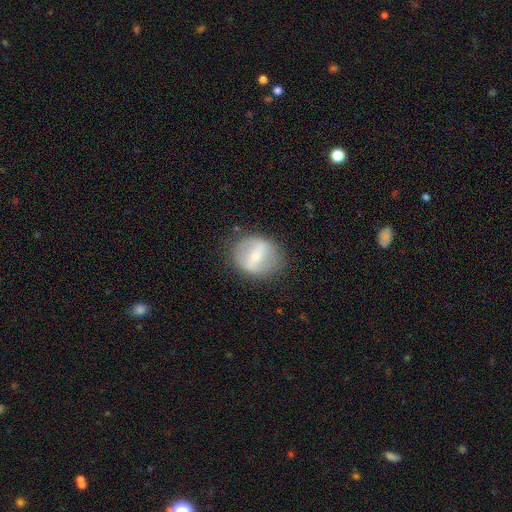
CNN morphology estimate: Smooth or featured?
  - featured or disk: 56% *
  - smooth: 36%
  - star or artifact: 7%
Edge-on disk?
  - no: 91% *
  - yes: 9%
Bar?
  - strong: 64% *
  - weak: 27%
  - no: 9%
Spiral arms?
  - no: 68% *
  - yes: 32%
Bulge size?
  - small: 50% *
  - moderate: 35%
  - none: 9%
  - large: 4%
  - dominant: 2%
Merging?
  - none: 79% *
  - minor disturbance: 13%
  - major disturbance: 6%
  - merger: 1%